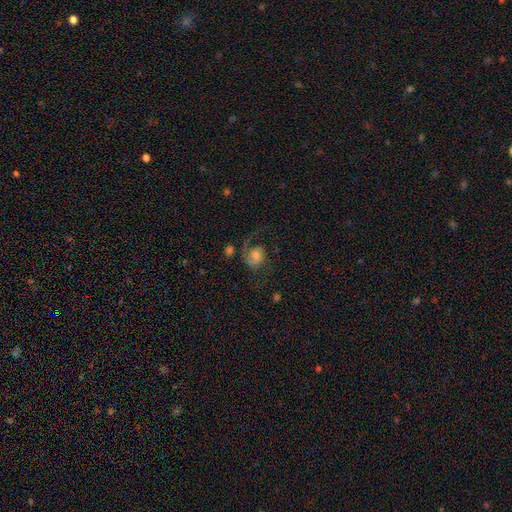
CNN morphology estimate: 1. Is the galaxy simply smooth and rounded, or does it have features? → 71% featured or disk, 21% smooth, 9% star or artifact.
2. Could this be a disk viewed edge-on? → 98% no, 2% yes.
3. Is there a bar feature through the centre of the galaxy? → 68% no, 27% weak, 5% strong.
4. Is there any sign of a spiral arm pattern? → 93% yes, 7% no.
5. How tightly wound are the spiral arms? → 44% medium, 39% loose, 17% tight.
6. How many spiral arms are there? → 50% 2, 42% 1, 4% can't tell, 1% 3, 1% 4, 1% more than 4.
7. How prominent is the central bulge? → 43% moderate, 26% small, 19% large, 8% none, 4% dominant.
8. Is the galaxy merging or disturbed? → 51% none, 28% major disturbance, 17% minor disturbance, 4% merger.